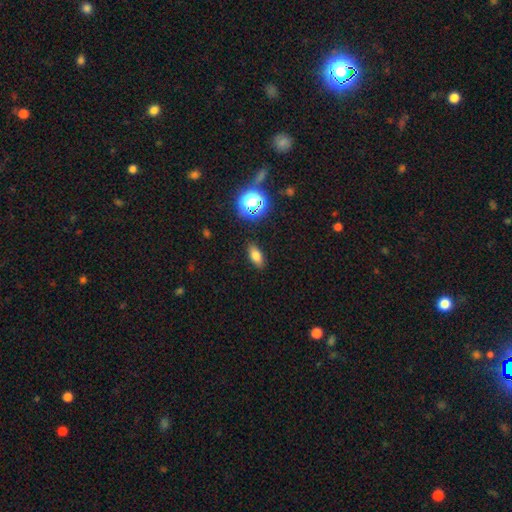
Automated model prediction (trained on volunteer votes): Smooth or featured? smooth (75%)
How rounded? in between (81%)
Merging? none (87%)